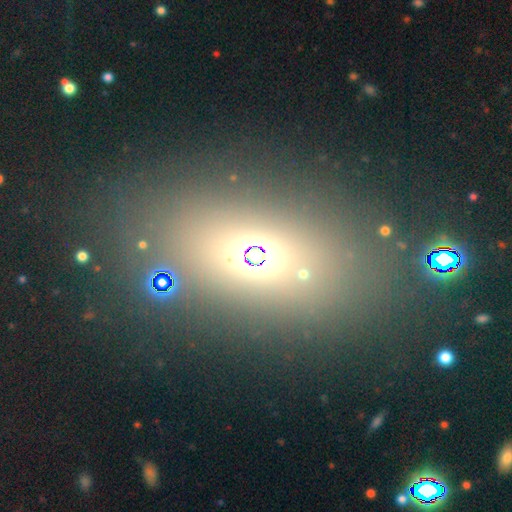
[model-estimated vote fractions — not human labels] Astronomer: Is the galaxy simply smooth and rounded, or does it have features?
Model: smooth — 48% (runner-up: star or artifact, 38%).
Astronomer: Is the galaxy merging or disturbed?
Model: none — 80%.